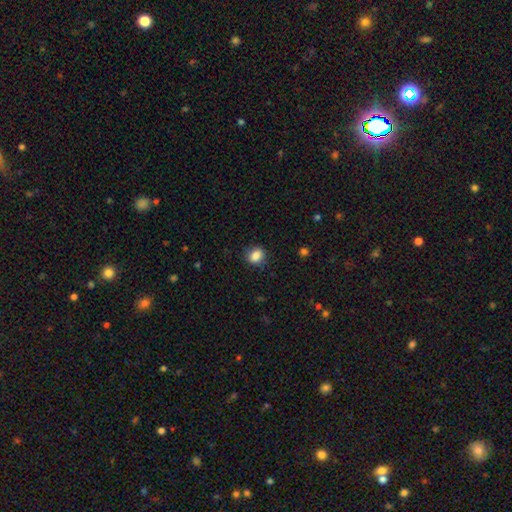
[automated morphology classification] Smooth or featured?
  - smooth: 85% *
  - star or artifact: 9%
  - featured or disk: 6%
How rounded?
  - round: 54% *
  - in between: 45%
  - cigar-shaped: 1%
Merging?
  - none: 84% *
  - minor disturbance: 12%
  - major disturbance: 3%
  - merger: 1%